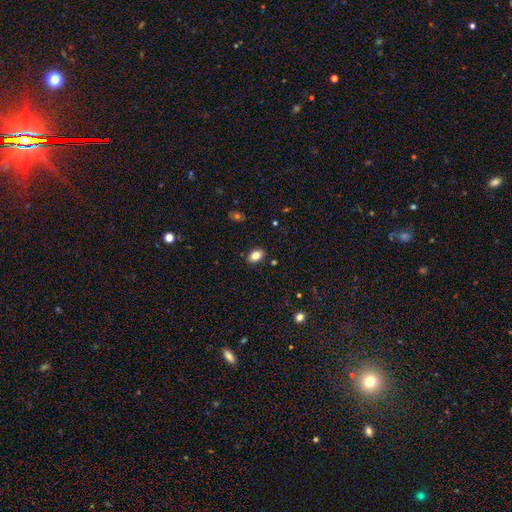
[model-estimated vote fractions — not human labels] Smooth or featured? Predicted: smooth (p=0.82). How rounded? Predicted: in between (p=0.84). Merging? Predicted: none (p=0.87).